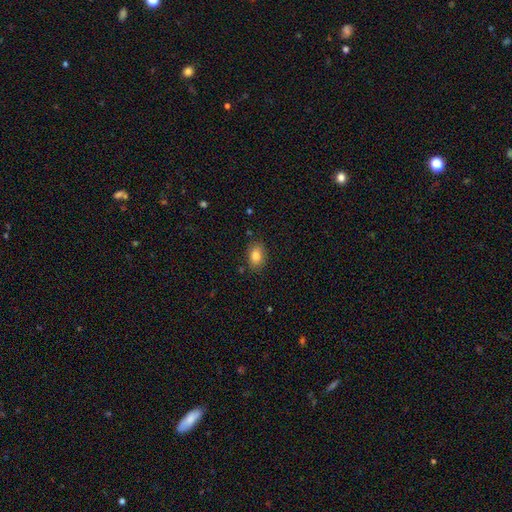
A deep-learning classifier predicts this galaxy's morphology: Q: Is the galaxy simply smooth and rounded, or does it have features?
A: smooth — 85%.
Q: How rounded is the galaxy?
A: in between — 82%.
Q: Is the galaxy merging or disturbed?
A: none — 82%.